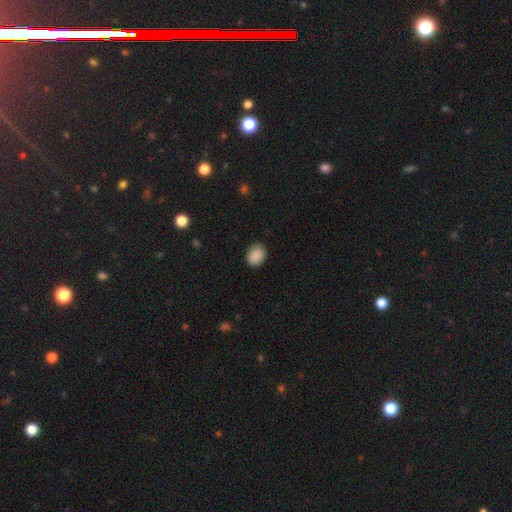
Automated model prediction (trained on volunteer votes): Smooth or featured: smooth — 89% (star or artifact — 8%)
How rounded: in between — 57% (round — 42%)
Merging: none — 85% (minor disturbance — 11%)